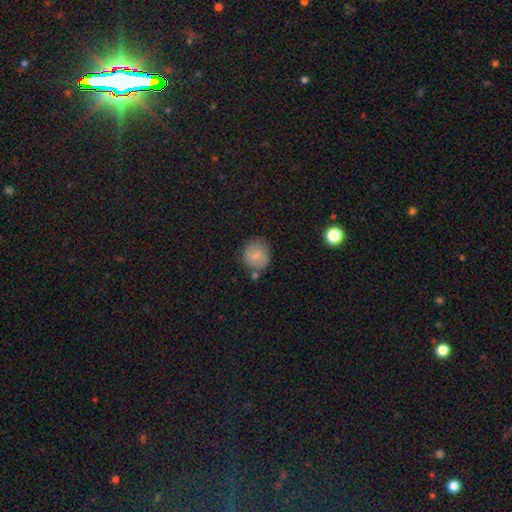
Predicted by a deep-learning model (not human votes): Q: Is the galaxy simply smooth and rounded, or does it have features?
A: smooth — 79%.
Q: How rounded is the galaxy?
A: round — 86%.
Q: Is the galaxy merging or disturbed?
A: none — 69%.